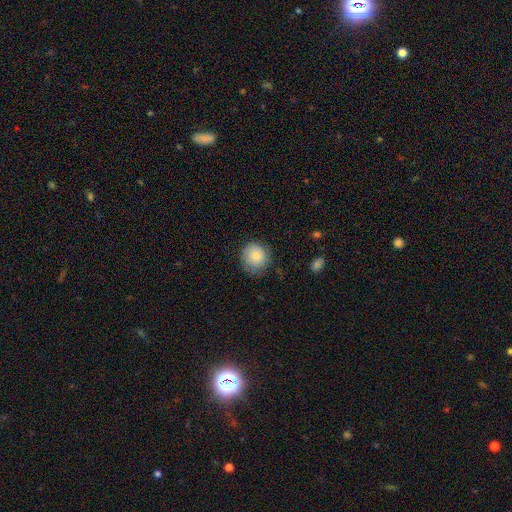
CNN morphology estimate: Smooth or featured: smooth — 82% (featured or disk — 11%)
How rounded: round — 87% (in between — 12%)
Merging: none — 72% (minor disturbance — 21%)